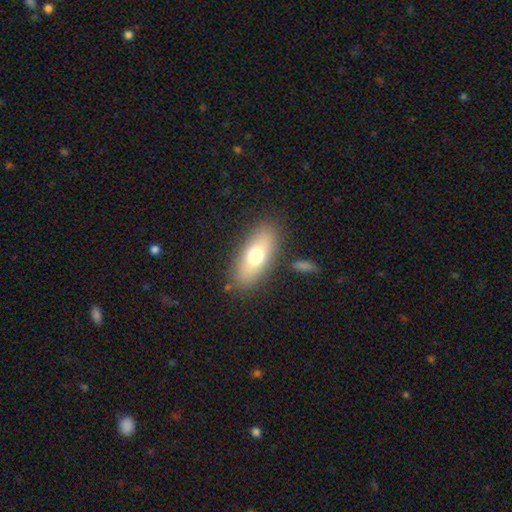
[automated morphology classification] Overall: smooth (69%). How rounded: in between (78%). Merging: none (83%).